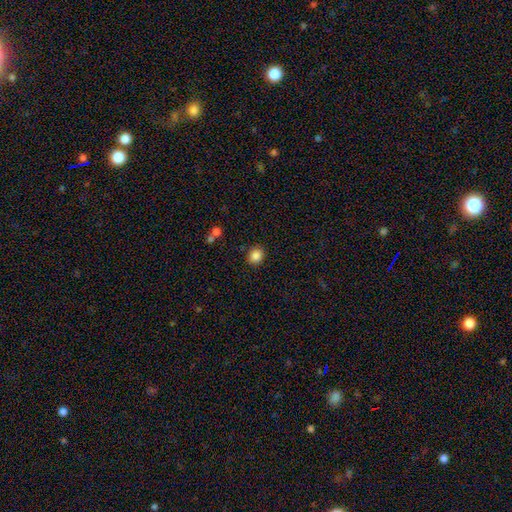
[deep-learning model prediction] smooth 86%, star or artifact 10%, featured or disk 5%. Down the decision tree: how rounded — round (69%); merging — none (88%).